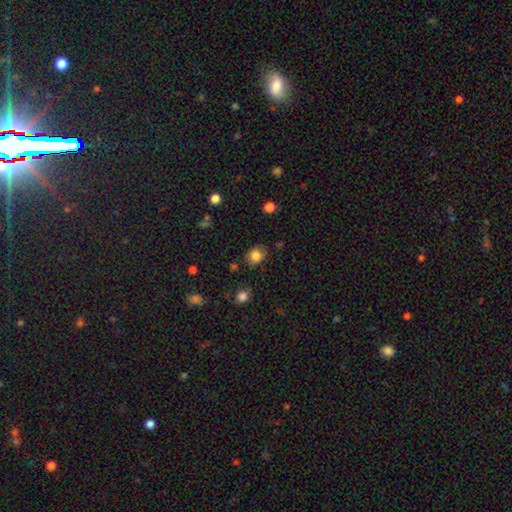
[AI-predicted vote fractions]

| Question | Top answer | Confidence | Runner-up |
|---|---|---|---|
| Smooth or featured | smooth | 84% | star or artifact (11%) |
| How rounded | round | 68% | in between (31%) |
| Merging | none | 80% | minor disturbance (14%) |